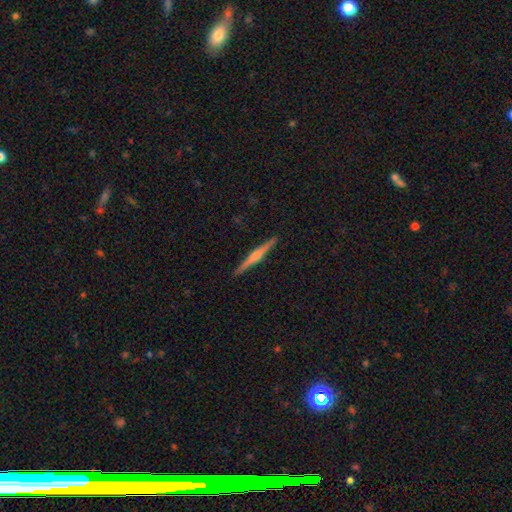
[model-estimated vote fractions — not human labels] smooth-or-featured: featured or disk: 69% | smooth: 25% | star or artifact: 6%
  disk-edge-on: yes: 98% | no: 2%
    edge-on-bulge: rounded: 70% | boxy: 16% | none: 14%
  merging: none: 92% | minor disturbance: 6% | major disturbance: 1% | merger: 1%